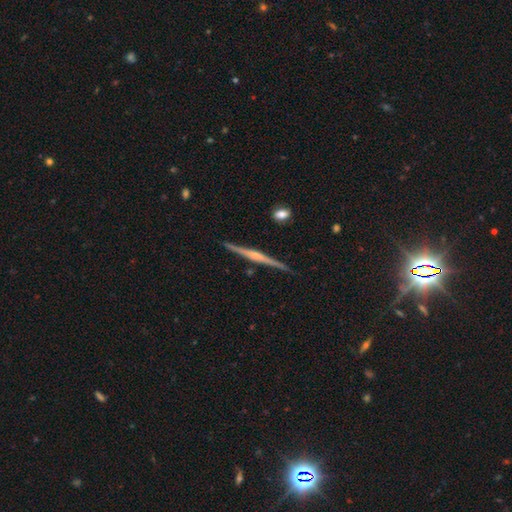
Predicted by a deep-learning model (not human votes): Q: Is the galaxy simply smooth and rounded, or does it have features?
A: featured or disk — 79%.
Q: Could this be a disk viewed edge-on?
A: yes — 98%.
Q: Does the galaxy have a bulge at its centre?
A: rounded — 60%.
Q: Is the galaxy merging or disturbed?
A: none — 89%.